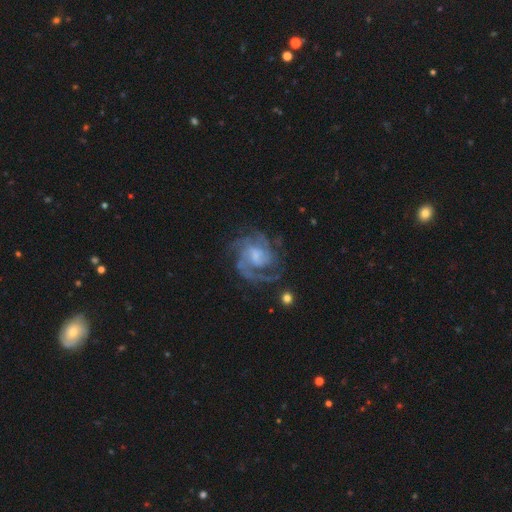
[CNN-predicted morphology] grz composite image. It shows a featured or disk galaxy (86%) with a weak bar (48%), 3 (28%) medium (47%) spiral arms (95%) and a moderate central bulge (35%). Merging: none (62%).